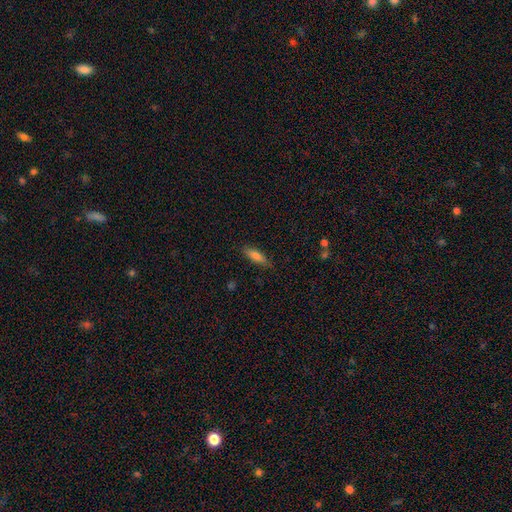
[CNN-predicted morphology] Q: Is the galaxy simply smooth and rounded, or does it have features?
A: smooth — 75%.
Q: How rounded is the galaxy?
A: cigar-shaped — 53%.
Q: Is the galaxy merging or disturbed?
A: none — 84%.